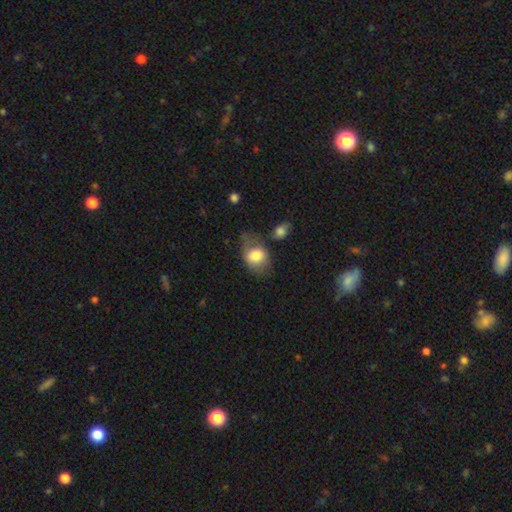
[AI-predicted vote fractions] smooth-or-featured: smooth: 75% | featured or disk: 17% | star or artifact: 7%
  how-rounded: in between: 69% | round: 30% | cigar-shaped: 1%
  merging: none: 51% | minor disturbance: 25% | major disturbance: 14% | merger: 10%